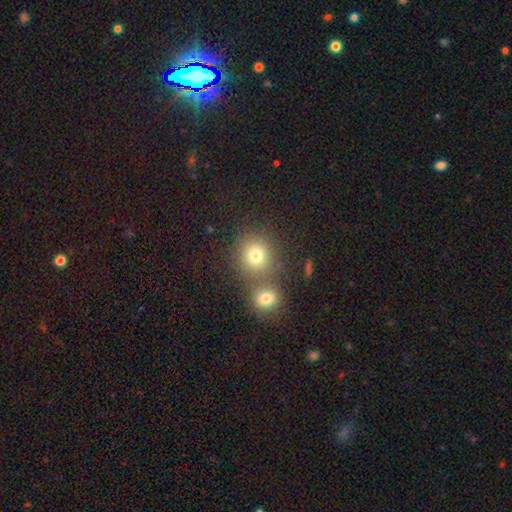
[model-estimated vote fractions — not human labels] A smooth galaxy with no disk features (76%) that is round (85%). Merging: none (60%).